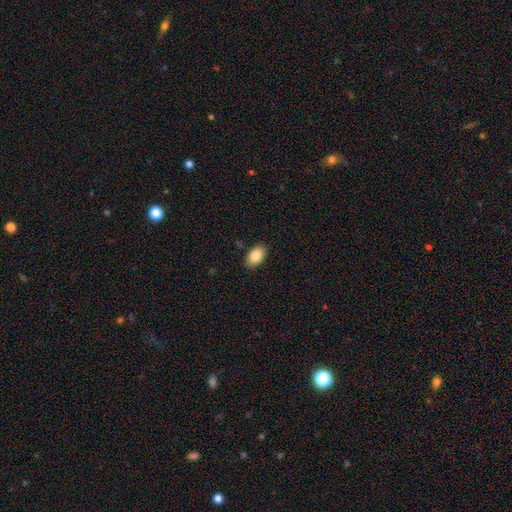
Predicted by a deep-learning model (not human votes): Smooth or featured: smooth — 85% (featured or disk — 8%)
How rounded: in between — 91% (round — 8%)
Merging: none — 88% (minor disturbance — 9%)